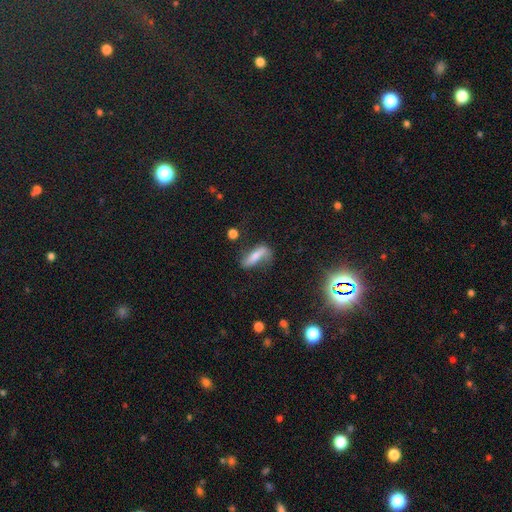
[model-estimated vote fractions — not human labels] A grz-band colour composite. It shows a smooth galaxy with no disk features (56%) that is cigar-shaped (54%). Merging: none (50%).